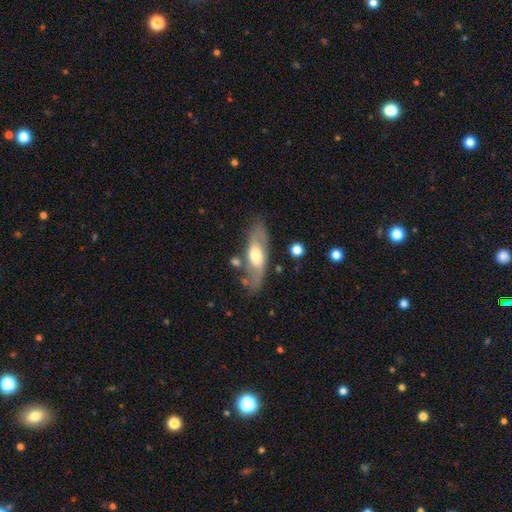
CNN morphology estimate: Smooth or featured? Predicted: featured or disk (p=0.55). Edge-on disk? Predicted: no (p=0.76). Merging? Predicted: none (p=0.65).